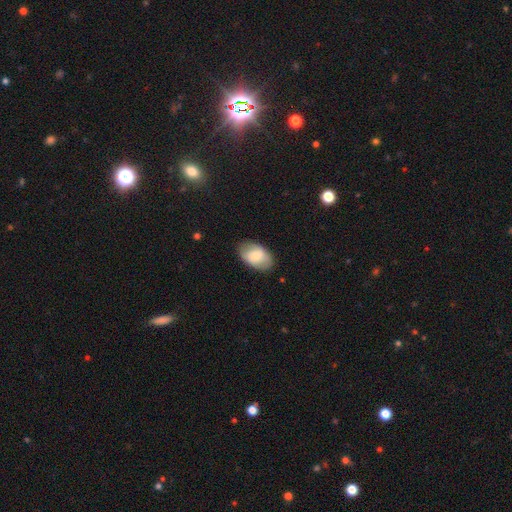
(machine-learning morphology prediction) Overall: smooth (70%). How rounded: in between (90%). Merging: none (83%).